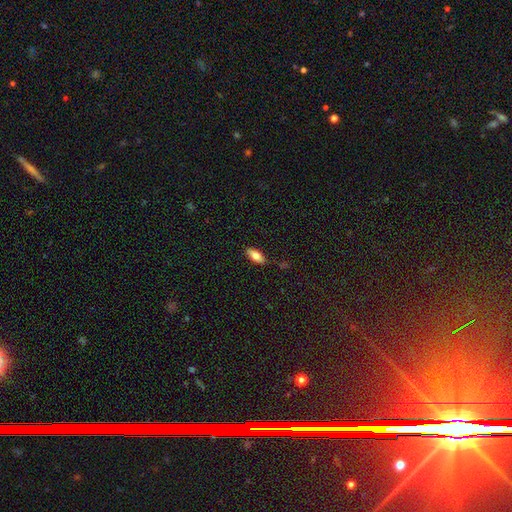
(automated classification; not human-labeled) This is likely a smooth galaxy (76%). How rounded: likely in between (79%). Merging: clearly none (83%).